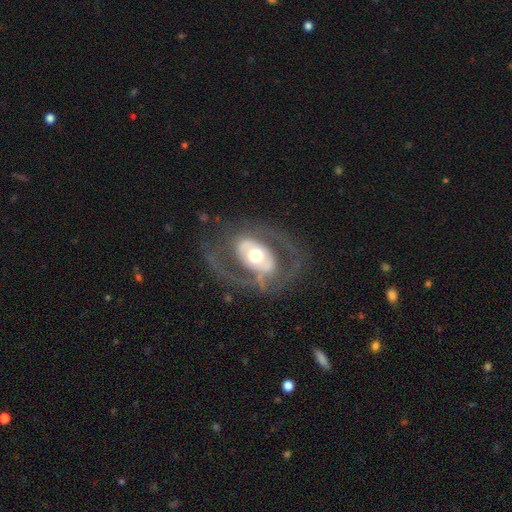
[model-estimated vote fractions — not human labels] smooth-or-featured: featured or disk: 80% | smooth: 15% | star or artifact: 5%
  disk-edge-on: no: 95% | yes: 5%
    bar: no: 56% | weak: 24% | strong: 20%
    has-spiral-arms: yes: 64% | no: 36%
    bulge-size: moderate: 62% | large: 27% | small: 6% | dominant: 3% | none: 1%
  merging: none: 68% | major disturbance: 17% | minor disturbance: 14% | merger: 2%